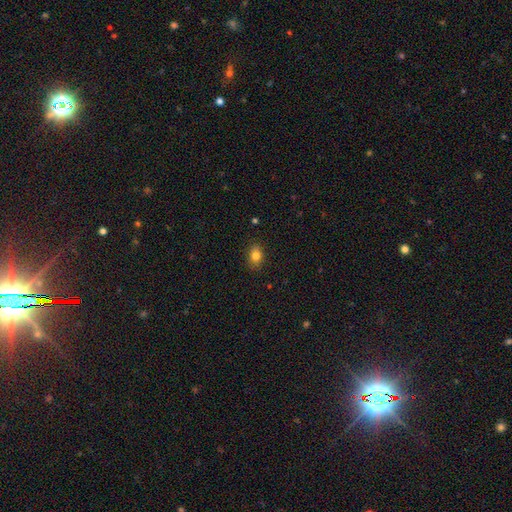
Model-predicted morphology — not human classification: Smooth or featured: smooth — 82% (star or artifact — 11%)
How rounded: in between — 75% (round — 24%)
Merging: none — 85% (minor disturbance — 11%)